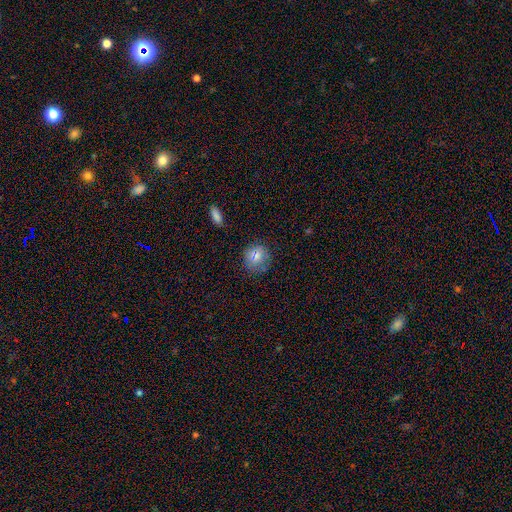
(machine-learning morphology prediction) Smooth or featured? smooth (77%)
How rounded? round (85%)
Merging? none (76%)